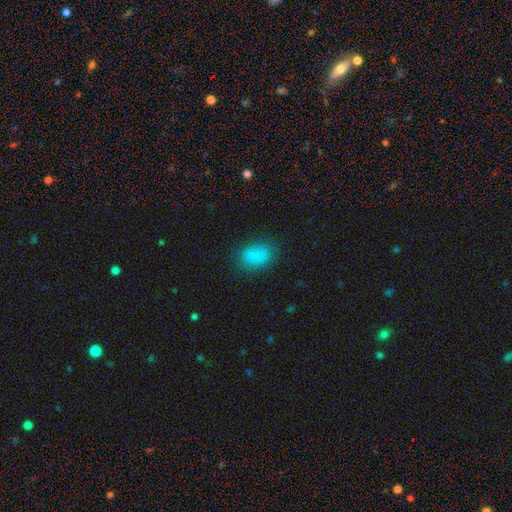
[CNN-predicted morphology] type=smooth (83%); roundness=in between (81%); merging=none (77%).